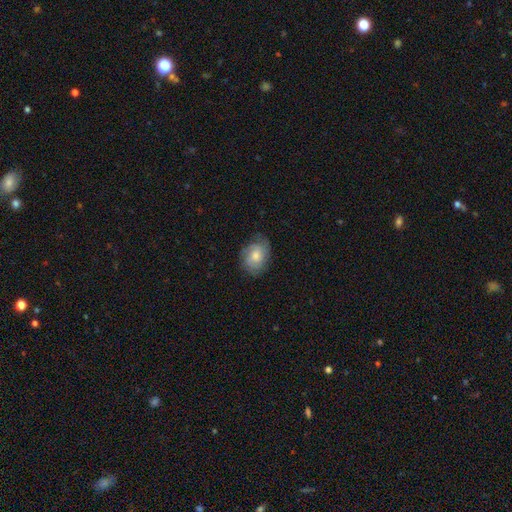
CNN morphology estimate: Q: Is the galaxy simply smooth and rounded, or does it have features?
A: smooth — 52%.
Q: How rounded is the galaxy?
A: in between — 67%.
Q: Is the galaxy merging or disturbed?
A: none — 72%.